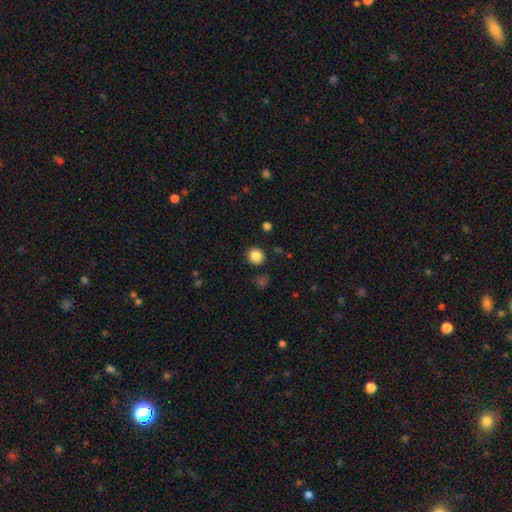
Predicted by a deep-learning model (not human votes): A smooth galaxy with no disk features (86%) that is round (88%). Merging: none (89%).